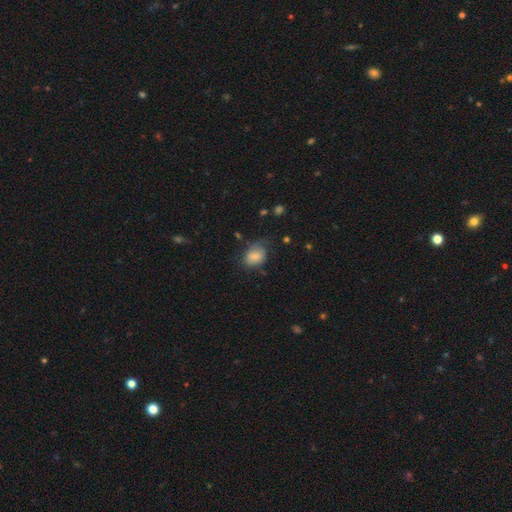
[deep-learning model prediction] smooth 76%, featured or disk 15%, star or artifact 9%. Down the decision tree: how rounded — in between (67%); merging — none (50%).